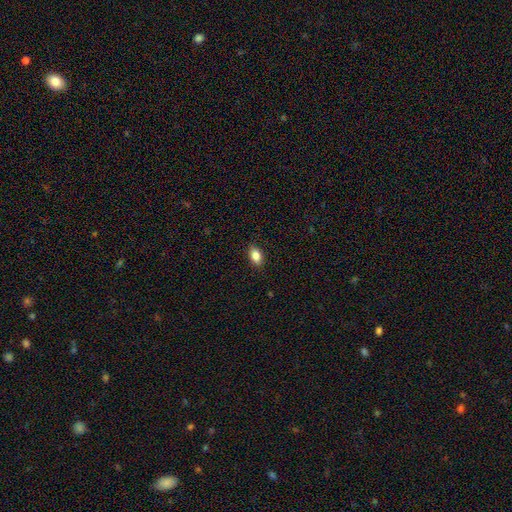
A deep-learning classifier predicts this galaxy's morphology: Smooth or featured: smooth — 86% (star or artifact — 8%)
How rounded: in between — 88% (round — 10%)
Merging: none — 89% (minor disturbance — 8%)